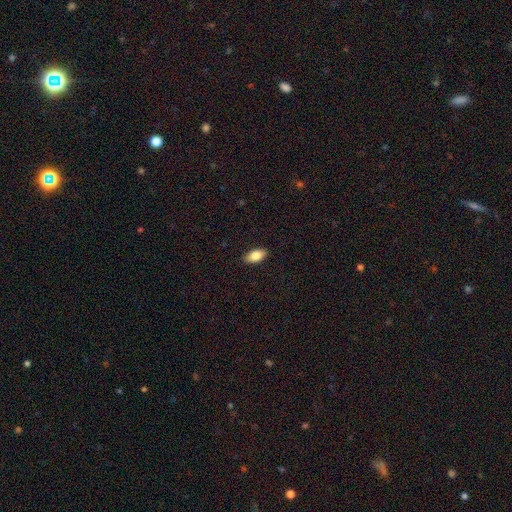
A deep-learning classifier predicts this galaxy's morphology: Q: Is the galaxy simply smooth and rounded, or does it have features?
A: smooth — 83%.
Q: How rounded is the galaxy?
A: in between — 91%.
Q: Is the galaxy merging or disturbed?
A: none — 90%.